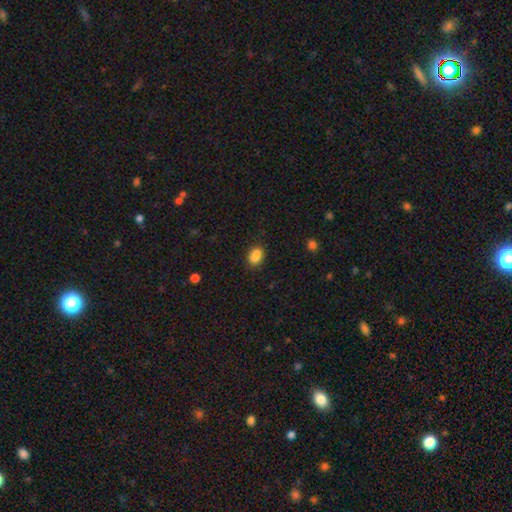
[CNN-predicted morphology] This is clearly a smooth galaxy (82%). How rounded: likely in between (73%). Merging: likely none (61%).